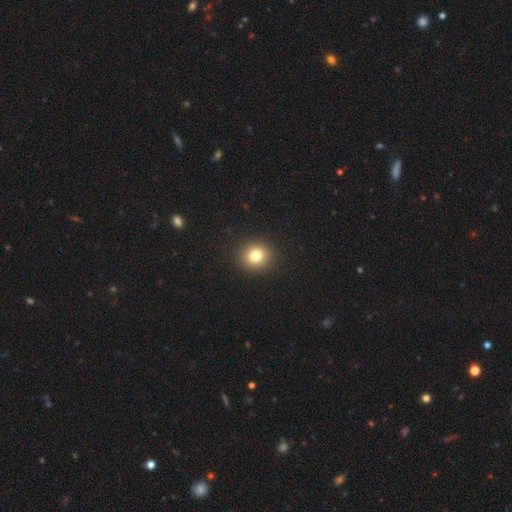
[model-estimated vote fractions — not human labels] smooth-or-featured: smooth: 80% | star or artifact: 12% | featured or disk: 8%
  how-rounded: round: 87% | in between: 12% | cigar-shaped: 1%
  merging: none: 92% | minor disturbance: 5% | major disturbance: 2% | merger: 1%